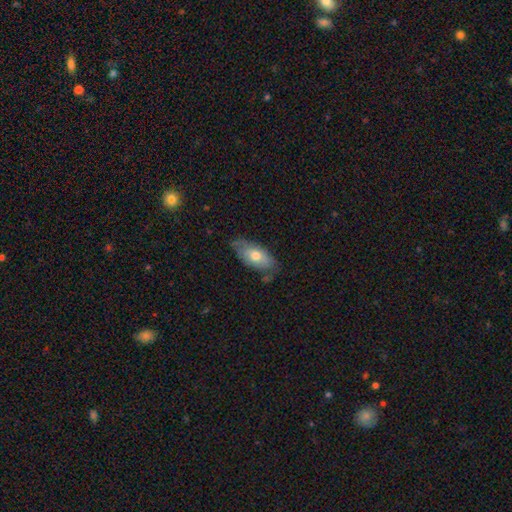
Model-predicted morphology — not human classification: A smooth galaxy with no disk features (64%) that is in between round and cigar-shaped (89%).

Vote fractions:
- Smooth or featured? smooth: 64% / featured or disk: 30% / star or artifact: 6%
- How rounded? in between: 89% / cigar-shaped: 8% / round: 4%
- Merging? none: 63% / minor disturbance: 28% / major disturbance: 6% / merger: 3%